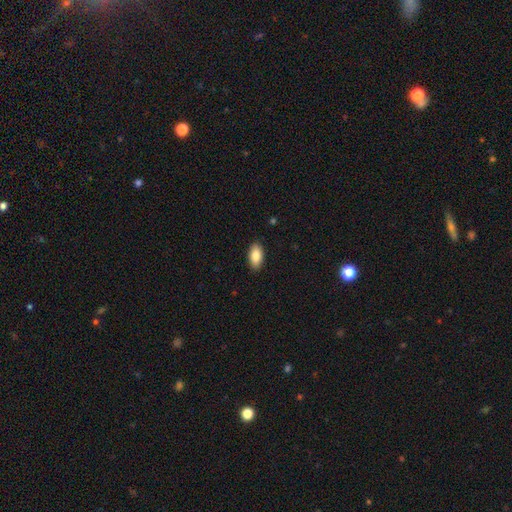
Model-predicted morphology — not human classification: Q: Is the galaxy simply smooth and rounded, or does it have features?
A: smooth — 86%.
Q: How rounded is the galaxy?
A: in between — 94%.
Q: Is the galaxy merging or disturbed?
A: none — 89%.